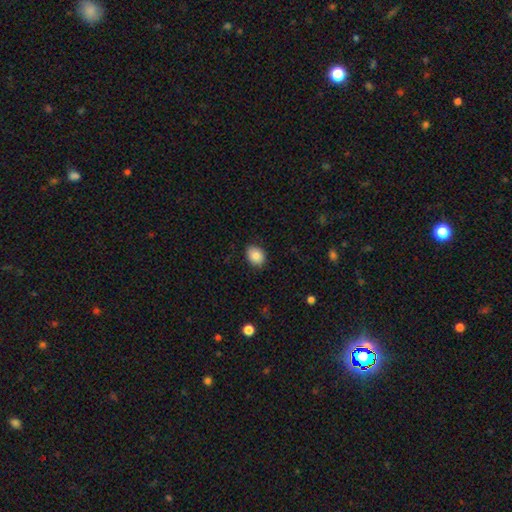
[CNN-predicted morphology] Q: Smooth or featured?
A: smooth (85%); runner-up: star or artifact (8%)
Q: How rounded?
A: in between (57%); runner-up: round (42%)
Q: Merging?
A: none (86%); runner-up: minor disturbance (11%)